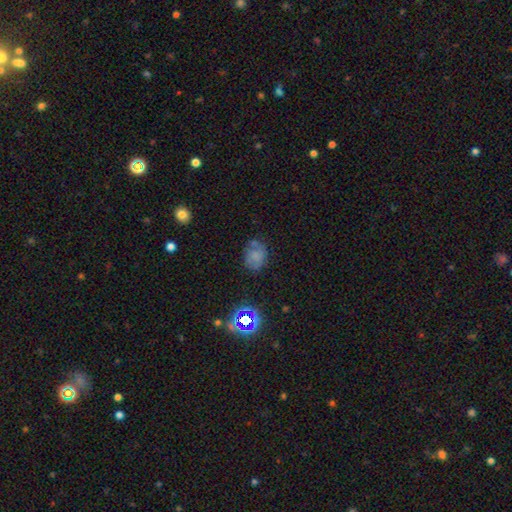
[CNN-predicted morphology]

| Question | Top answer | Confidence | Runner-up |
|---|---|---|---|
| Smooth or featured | smooth | 57% | featured or disk (24%) |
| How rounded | in between | 52% | round (47%) |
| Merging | none | 61% | minor disturbance (24%) |